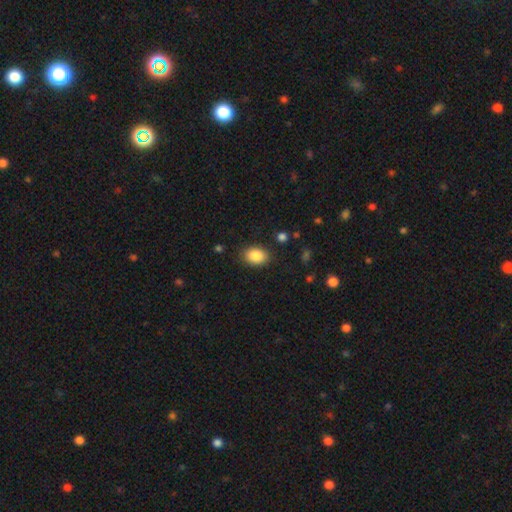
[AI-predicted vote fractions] Smooth or featured? Predicted: smooth (p=0.87). How rounded? Predicted: in between (p=0.79). Merging? Predicted: none (p=0.85).